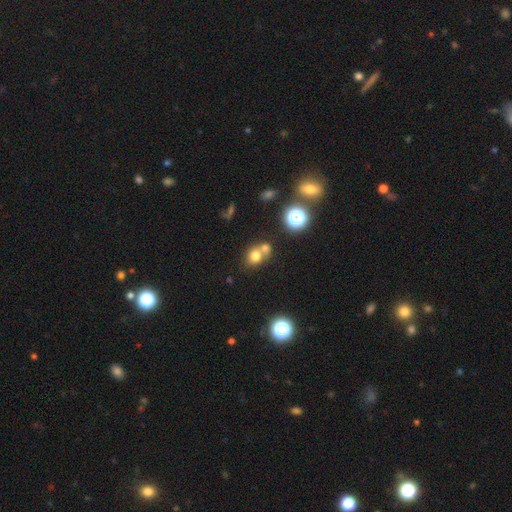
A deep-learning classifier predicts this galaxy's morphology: A smooth galaxy with no disk features (73%) that is round (68%).

Vote fractions:
- Smooth or featured? smooth: 73% / star or artifact: 16% / featured or disk: 11%
- How rounded? round: 68% / in between: 31% / cigar-shaped: 1%
- Merging? merger: 46% / none: 41% / minor disturbance: 9% / major disturbance: 4%